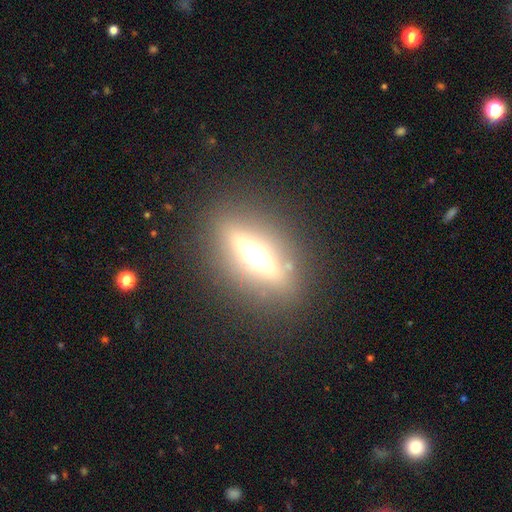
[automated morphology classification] Smooth or featured? Predicted: featured or disk (p=0.63). Edge-on disk? Predicted: yes (p=0.88). Edge-on bulge? Predicted: rounded (p=0.88). Merging? Predicted: none (p=0.86).